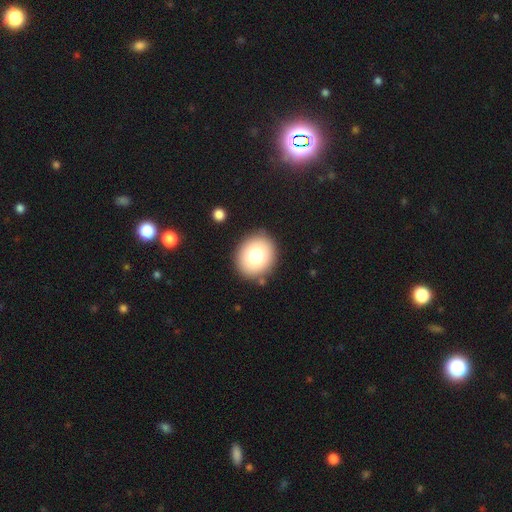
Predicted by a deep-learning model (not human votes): The model was most divided on "how rounded": round: 70%, in between: 29%, cigar-shaped: 1%. More confident: merging — none (87%); smooth or featured — smooth (77%).